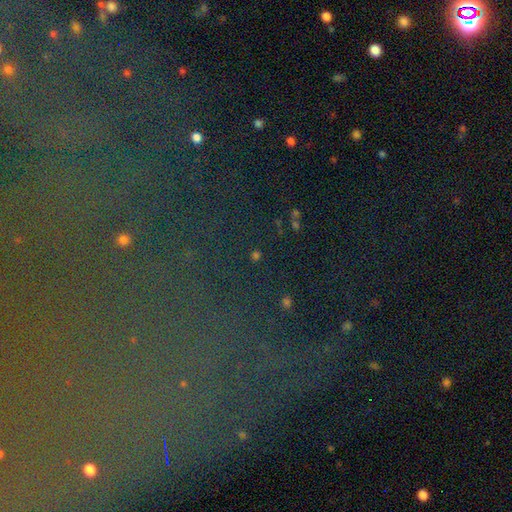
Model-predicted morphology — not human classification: star or artifact 68%, smooth 23%, featured or disk 9%.